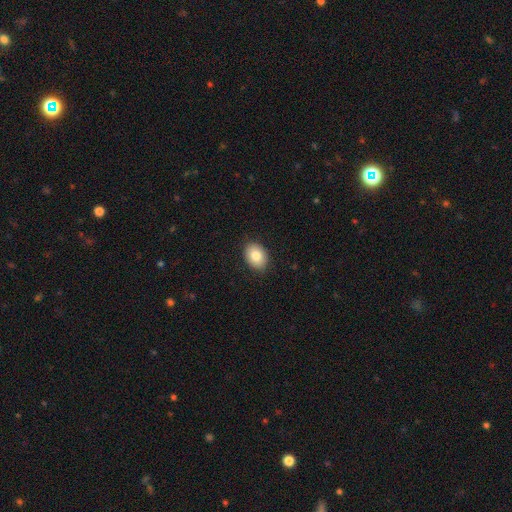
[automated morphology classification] A smooth galaxy with no disk features (83%) that is in between round and cigar-shaped (74%). Merging: none (88%).